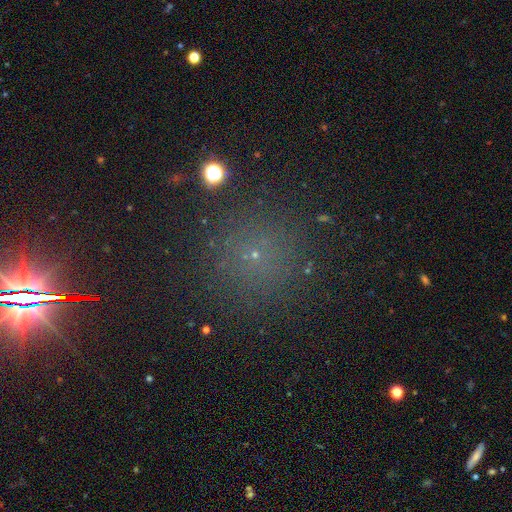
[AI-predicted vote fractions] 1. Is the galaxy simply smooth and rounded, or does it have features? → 52% star or artifact, 39% smooth, 9% featured or disk.